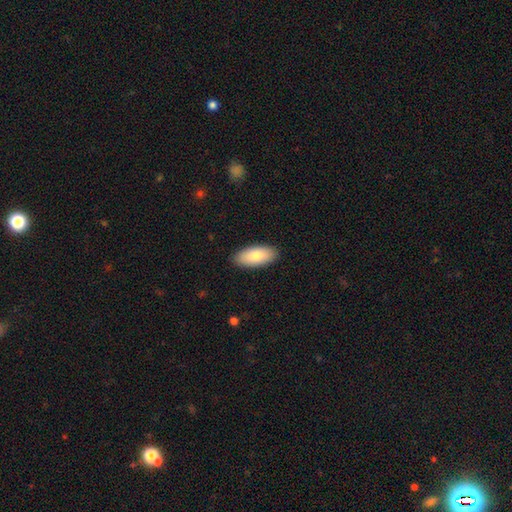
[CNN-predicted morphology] Smooth or featured? smooth (81%)
How rounded? in between (91%)
Merging? none (89%)